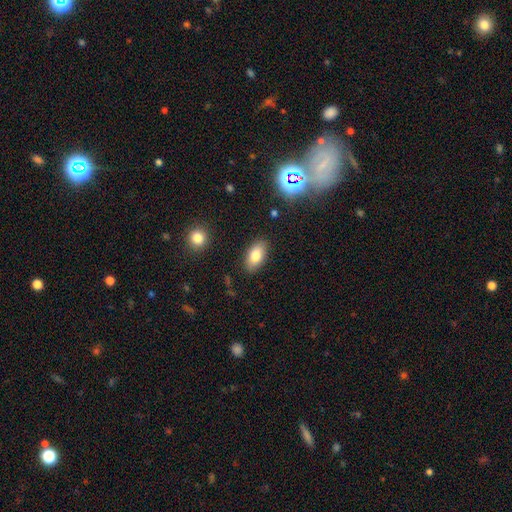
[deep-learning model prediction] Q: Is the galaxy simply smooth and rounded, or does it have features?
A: smooth — 79%.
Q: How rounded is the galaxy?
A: in between — 91%.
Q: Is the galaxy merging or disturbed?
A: none — 87%.